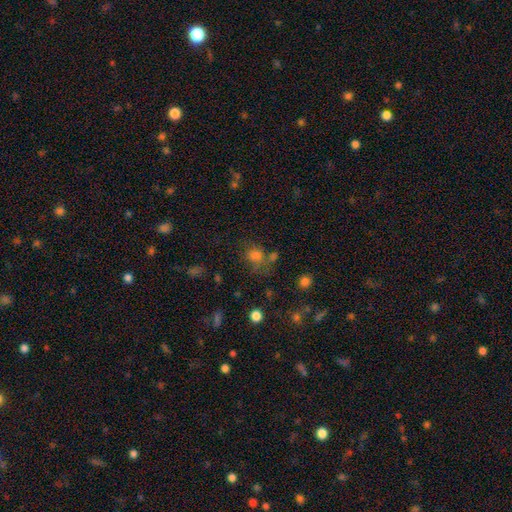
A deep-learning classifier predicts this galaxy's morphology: This appears to be a smooth galaxy with no disk features (69%) that is round (68%). Merging: none (54%).